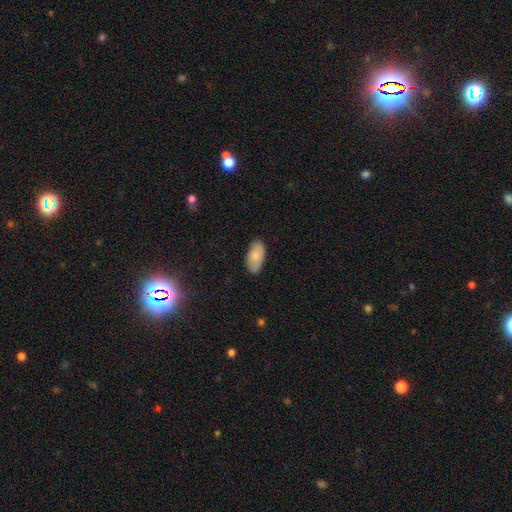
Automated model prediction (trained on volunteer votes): Overall: smooth (83%). How rounded: in between (94%). Merging: none (84%).